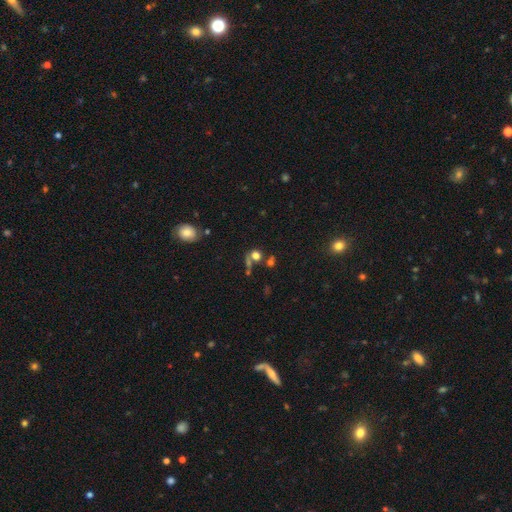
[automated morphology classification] smooth-or-featured: smooth: 66% | star or artifact: 21% | featured or disk: 13%
  how-rounded: round: 77% | in between: 20% | cigar-shaped: 2%
  merging: none: 47% | merger: 31% | minor disturbance: 11% | major disturbance: 11%